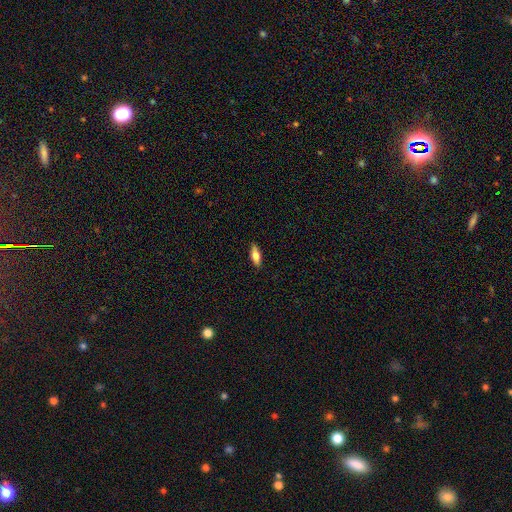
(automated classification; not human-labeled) A smooth galaxy with no disk features (70%) that is in between round and cigar-shaped (66%).

Vote fractions:
- Smooth or featured? smooth: 70% / featured or disk: 23% / star or artifact: 6%
- How rounded? in between: 66% / cigar-shaped: 31% / round: 3%
- Merging? none: 87% / minor disturbance: 10% / major disturbance: 2% / merger: 1%